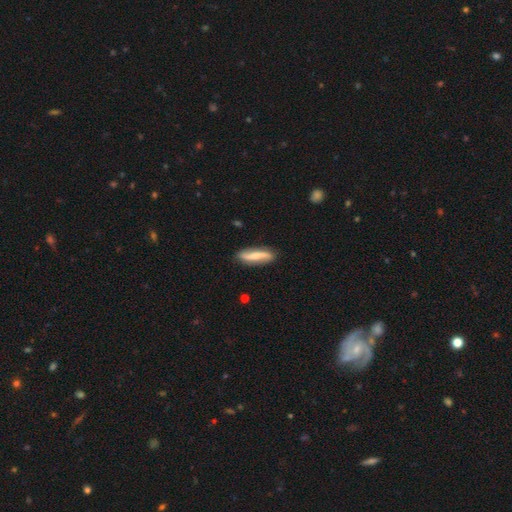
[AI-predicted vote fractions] Smooth or featured? Predicted: featured or disk (p=0.48). Merging? Predicted: none (p=0.82).